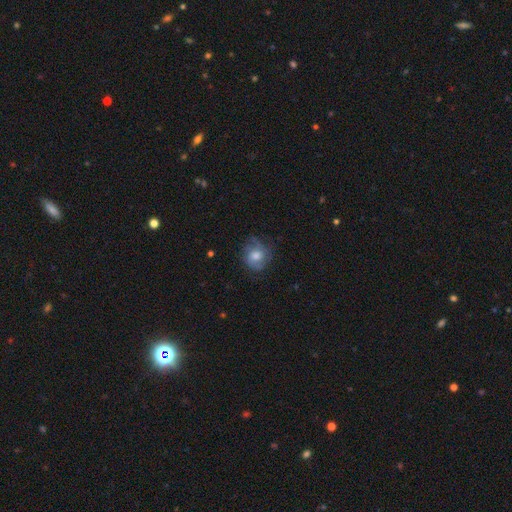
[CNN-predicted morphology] Smooth or featured? Predicted: smooth (p=0.56). How rounded? Predicted: round (p=0.78). Merging? Predicted: none (p=0.66).